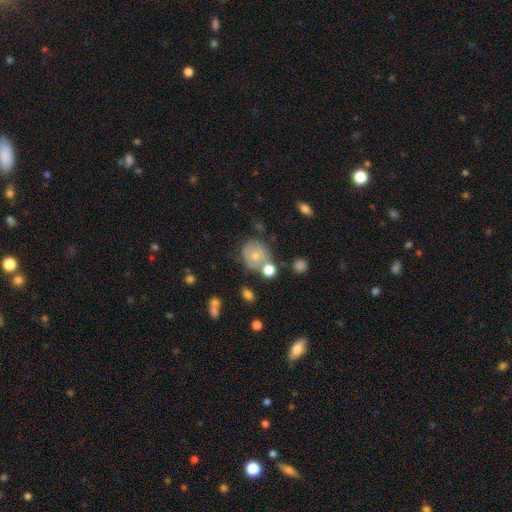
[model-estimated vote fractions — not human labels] Smooth or featured? smooth (67%)
How rounded? round (75%)
Merging? none (51%)